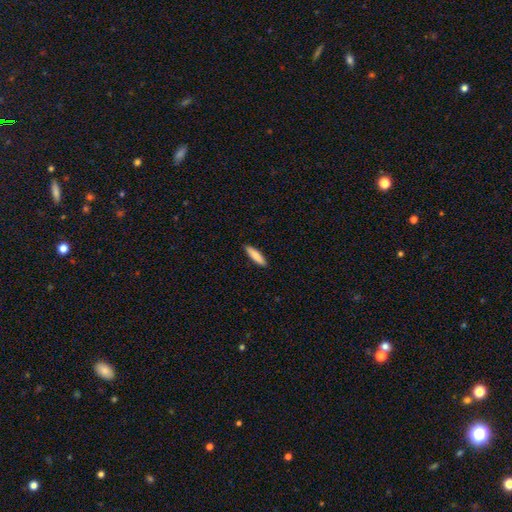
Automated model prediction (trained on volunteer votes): smooth-or-featured: smooth: 84% | featured or disk: 10% | star or artifact: 6%
  how-rounded: cigar-shaped: 74% | in between: 24% | round: 1%
  merging: none: 90% | minor disturbance: 8% | major disturbance: 2% | merger: 1%